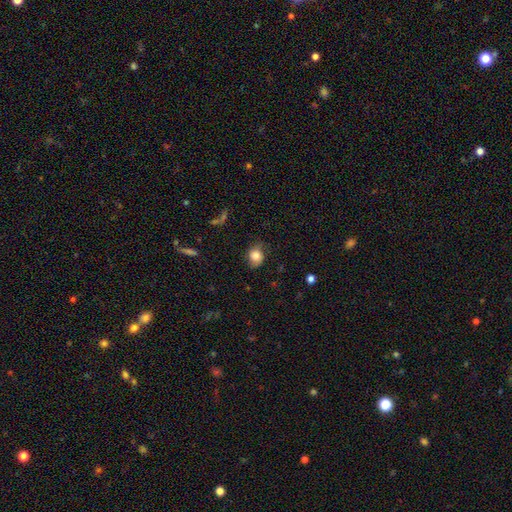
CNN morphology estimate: The model was most divided on "how rounded": round: 51%, in between: 48%, cigar-shaped: 1%. More confident: smooth or featured — smooth (79%); merging — none (68%).